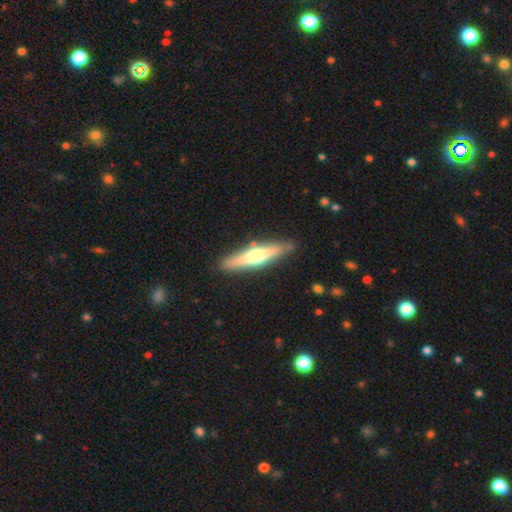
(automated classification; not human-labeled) Smooth or featured? Predicted: featured or disk (p=0.58). Edge-on disk? Predicted: yes (p=0.93). Edge-on bulge? Predicted: rounded (p=0.91). Merging? Predicted: none (p=0.84).